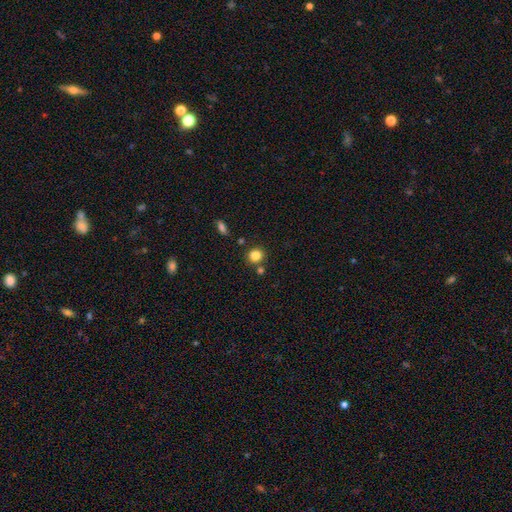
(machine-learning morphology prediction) Q: Smooth or featured?
A: smooth (84%); runner-up: star or artifact (11%)
Q: How rounded?
A: round (82%); runner-up: in between (17%)
Q: Merging?
A: none (77%); runner-up: merger (10%)